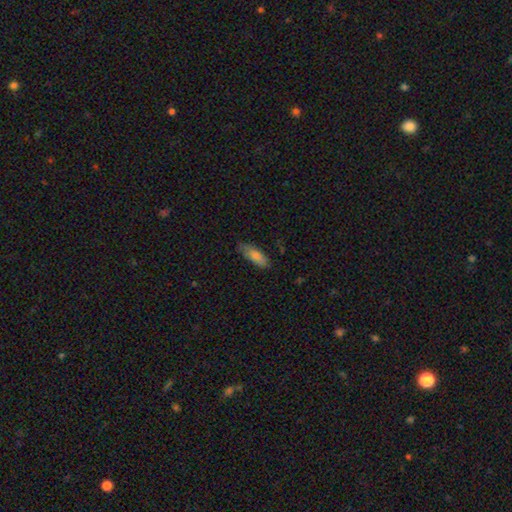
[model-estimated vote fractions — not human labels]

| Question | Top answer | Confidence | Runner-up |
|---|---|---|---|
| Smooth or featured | smooth | 76% | featured or disk (18%) |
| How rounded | in between | 65% | cigar-shaped (33%) |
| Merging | none | 72% | minor disturbance (23%) |